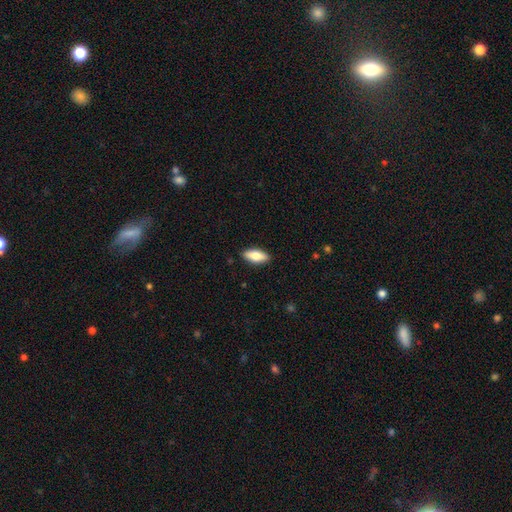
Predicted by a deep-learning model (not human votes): smooth-or-featured: smooth: 76% | featured or disk: 18% | star or artifact: 6%
  how-rounded: in between: 80% | cigar-shaped: 18% | round: 3%
  merging: none: 89% | minor disturbance: 8% | major disturbance: 2% | merger: 1%